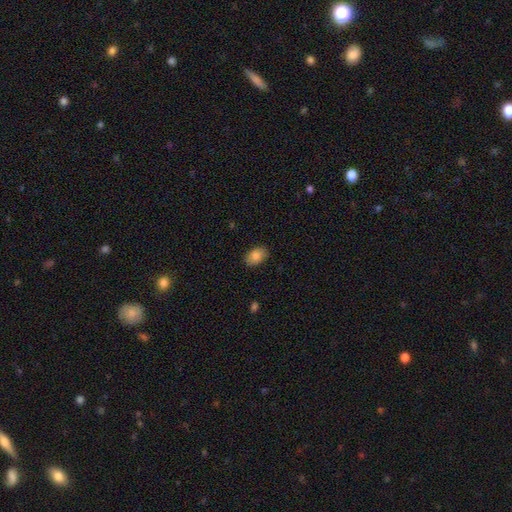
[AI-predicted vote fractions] smooth 85%, featured or disk 8%, star or artifact 8%. Down the decision tree: how rounded — in between (87%); merging — none (84%).